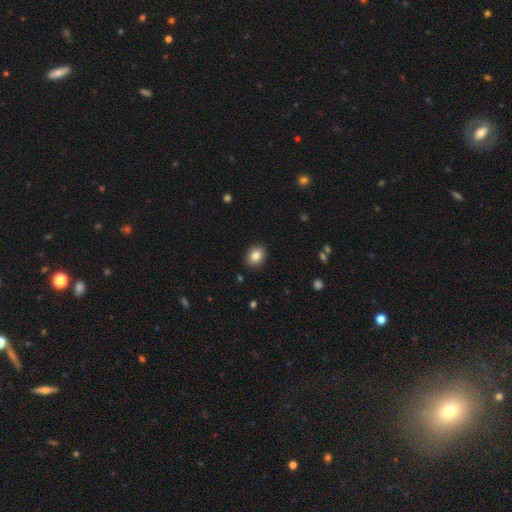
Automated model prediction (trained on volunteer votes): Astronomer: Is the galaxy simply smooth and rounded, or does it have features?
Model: smooth — 83%.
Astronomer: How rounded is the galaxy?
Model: round — 57% (runner-up: in between, 42%).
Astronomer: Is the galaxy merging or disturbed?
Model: none — 90%.